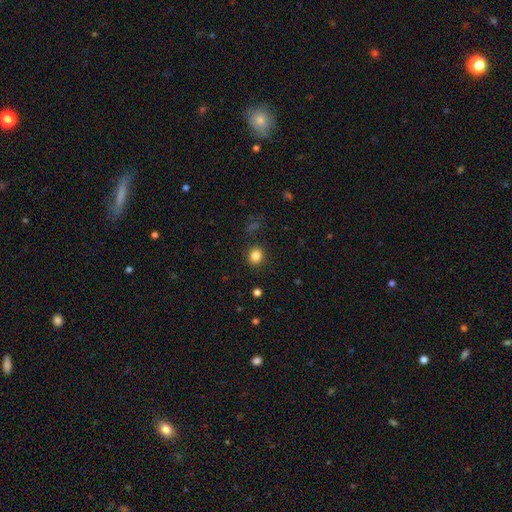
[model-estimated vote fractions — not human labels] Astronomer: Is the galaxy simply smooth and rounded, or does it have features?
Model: smooth — 84%.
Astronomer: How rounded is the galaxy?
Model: round — 73%.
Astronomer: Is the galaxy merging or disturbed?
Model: none — 88%.